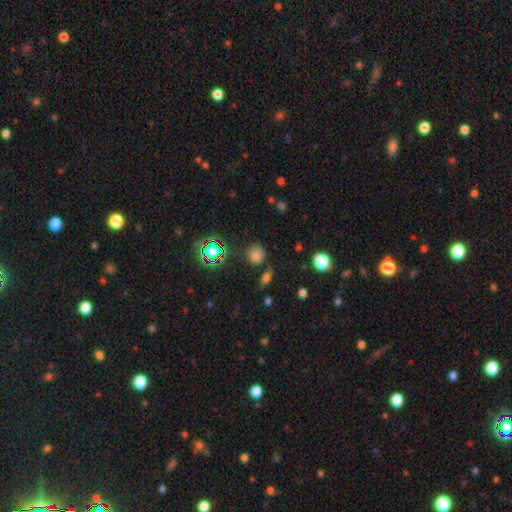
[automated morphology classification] This is likely a smooth galaxy (67%). How rounded: clearly round (82%). Merging: likely none (73%).